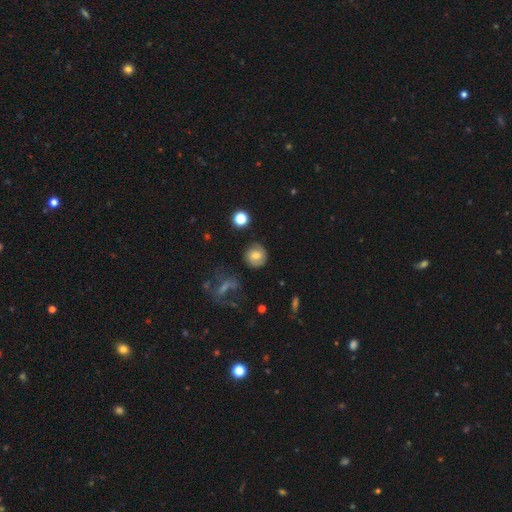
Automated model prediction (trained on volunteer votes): Q: Smooth or featured?
A: smooth (53%); runner-up: featured or disk (35%)
Q: How rounded?
A: round (87%); runner-up: in between (12%)
Q: Merging?
A: none (79%); runner-up: minor disturbance (13%)